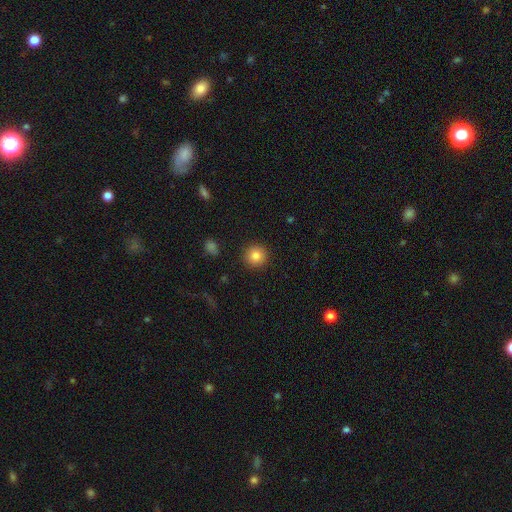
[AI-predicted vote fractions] Smooth or featured: smooth — 84% (star or artifact — 10%)
How rounded: round — 94% (in between — 5%)
Merging: none — 92% (minor disturbance — 5%)